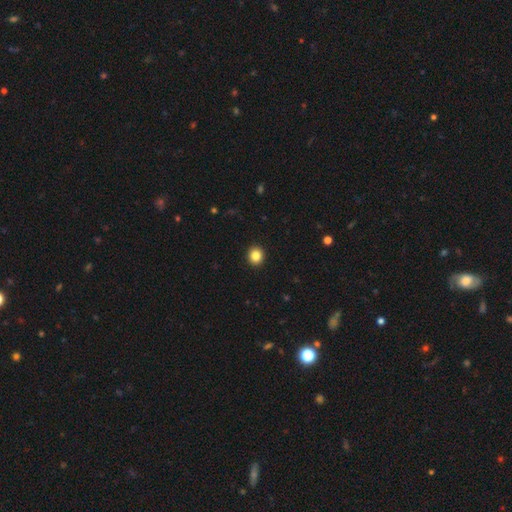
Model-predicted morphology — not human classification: Overall: smooth (85%). How rounded: round (87%). Merging: none (93%).